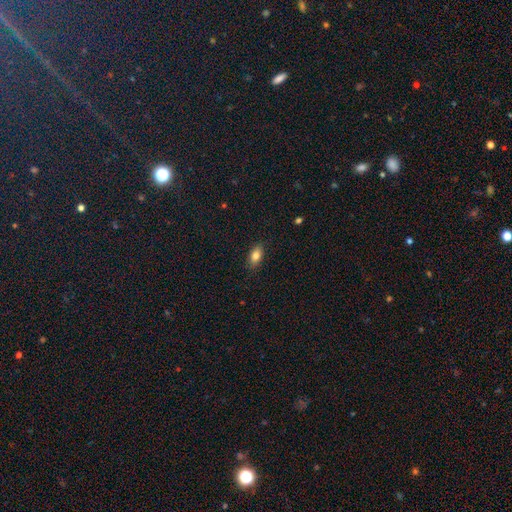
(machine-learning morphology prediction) Smooth or featured? smooth (82%)
How rounded? in between (88%)
Merging? none (86%)